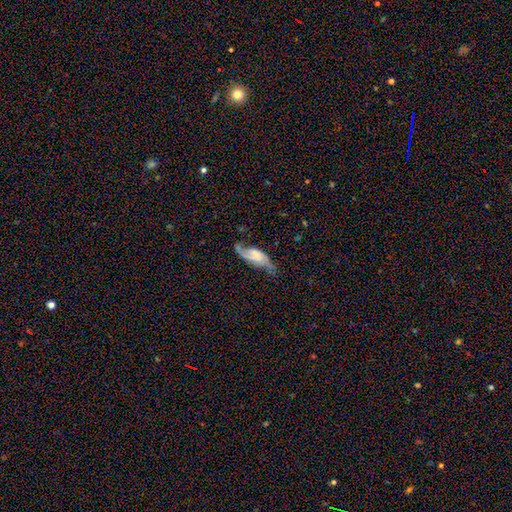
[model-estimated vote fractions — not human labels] This is likely a featured or disk galaxy (68%). It is clearly not viewed edge-on (89%). Bar: possibly no (51%). Spiral arm pattern: clearly yes (91%). Spiral arm count: likely 2 (76%). Spiral winding: possibly loose (51%). Central bulge: marginally small (40%). Merging: possibly none (52%).